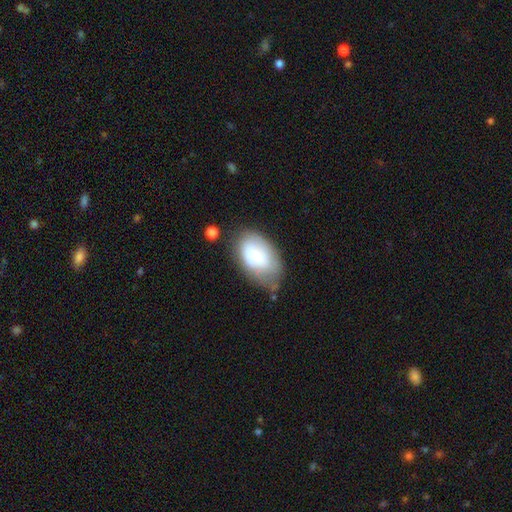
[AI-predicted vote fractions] Smooth or featured?
  - smooth: 66% *
  - featured or disk: 26%
  - star or artifact: 7%
How rounded?
  - in between: 91% *
  - round: 8%
  - cigar-shaped: 1%
Merging?
  - none: 44% *
  - minor disturbance: 34%
  - major disturbance: 15%
  - merger: 6%